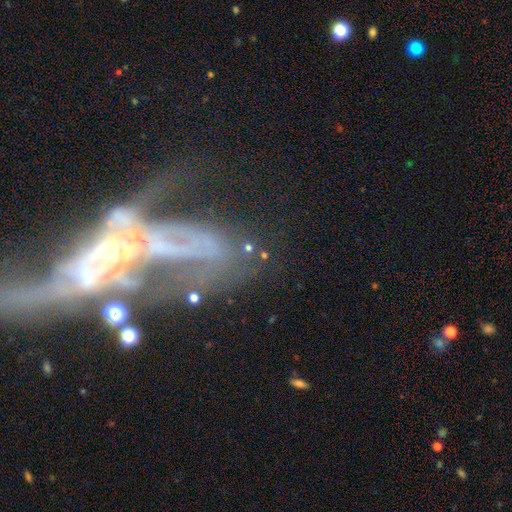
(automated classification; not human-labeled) Q: Smooth or featured?
A: featured or disk (66%); runner-up: star or artifact (20%)
Q: Edge-on disk?
A: no (86%); runner-up: yes (14%)
Q: Bar?
A: no (65%); runner-up: weak (20%)
Q: Spiral arms?
A: no (57%); runner-up: yes (43%)
Q: Bulge size?
A: small (35%); runner-up: moderate (30%)
Q: Merging?
A: major disturbance (37%); runner-up: merger (34%)